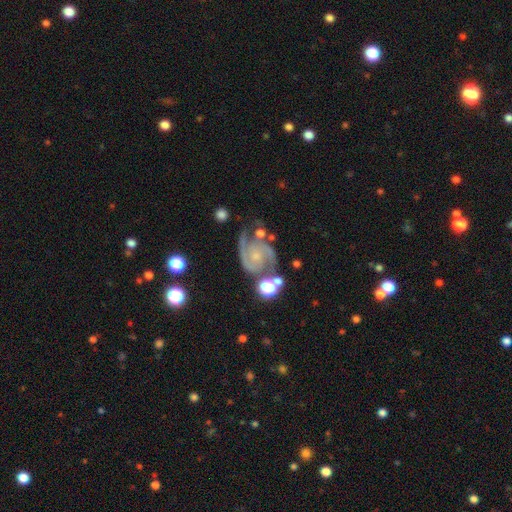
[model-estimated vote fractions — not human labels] The model was most divided on "spiral winding": medium: 58%, tight: 29%, loose: 13%. More confident: spiral arms — yes (98%); edge-on disk — no (98%); smooth or featured — featured or disk (90%); spiral arm count — 2 (90%); bar — no (64%); bulge size — small (63%); merging — none (61%).